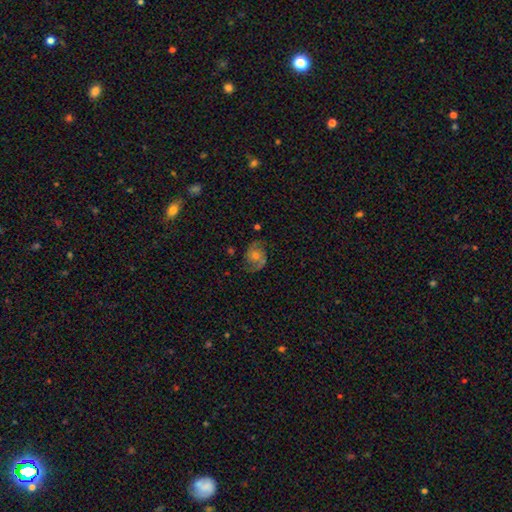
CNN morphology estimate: This is likely a featured or disk galaxy (78%). It is clearly not viewed edge-on (98%). Bar: likely no (69%). Spiral arm pattern: clearly yes (95%). Spiral arm count: clearly 2 (89%). Spiral winding: possibly medium (53%). Central bulge: possibly moderate (58%). Merging: likely none (79%).